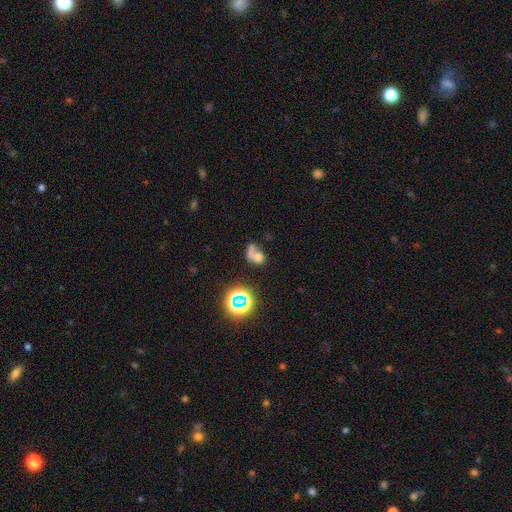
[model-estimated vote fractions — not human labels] smooth 52%, featured or disk 28%, star or artifact 21%. Down the decision tree: how rounded — in between (50%); merging — merger (37%).